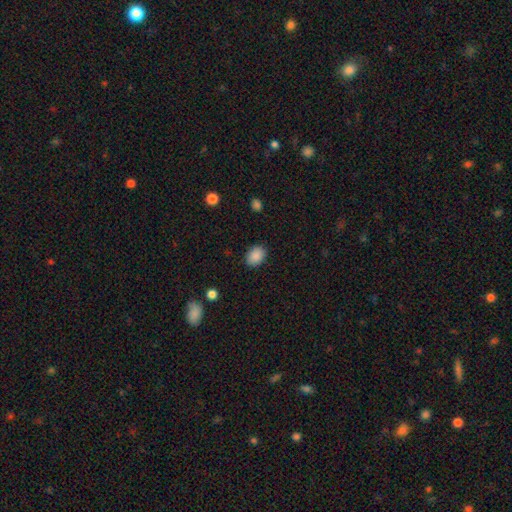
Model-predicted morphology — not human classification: Smooth or featured: smooth — 89% (star or artifact — 8%)
How rounded: in between — 69% (round — 31%)
Merging: none — 87% (minor disturbance — 10%)